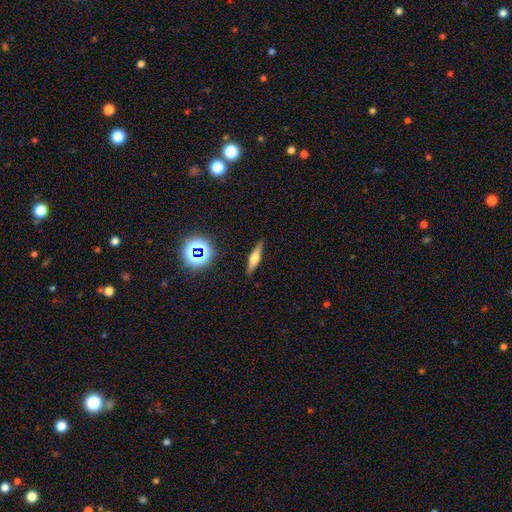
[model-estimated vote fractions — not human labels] The model was most divided on "smooth or featured": featured or disk: 57%, smooth: 32%, star or artifact: 11%. More confident: edge-on disk — yes (95%); merging — none (87%); edge-on bulge — rounded (84%).